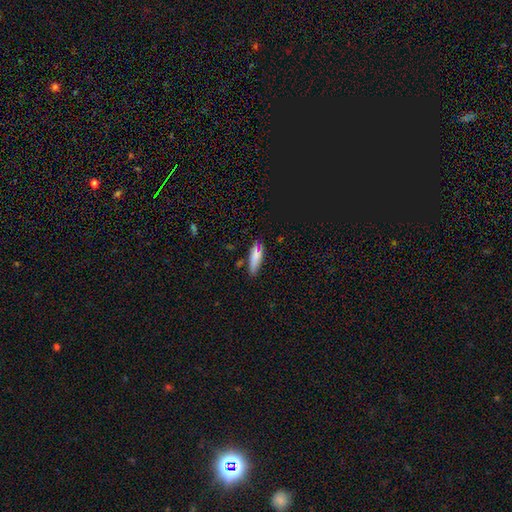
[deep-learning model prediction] Morphology: type=smooth (77%); roundness=cigar-shaped (49%); merging=none (71%).